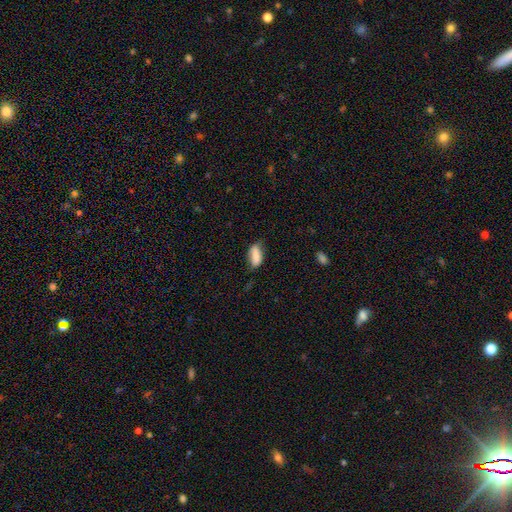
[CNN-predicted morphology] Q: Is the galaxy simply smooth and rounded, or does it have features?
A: smooth — 83%.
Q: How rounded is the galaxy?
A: in between — 81%.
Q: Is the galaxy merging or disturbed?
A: none — 54%.